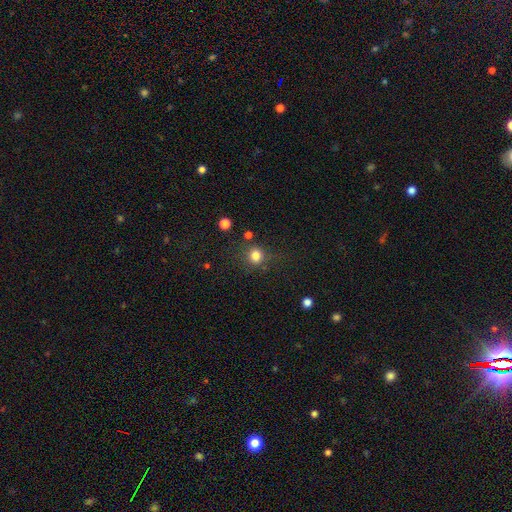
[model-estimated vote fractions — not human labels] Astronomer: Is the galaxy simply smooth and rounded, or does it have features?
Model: smooth — 81%.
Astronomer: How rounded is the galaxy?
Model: round — 83%.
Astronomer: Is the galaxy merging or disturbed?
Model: none — 75%.